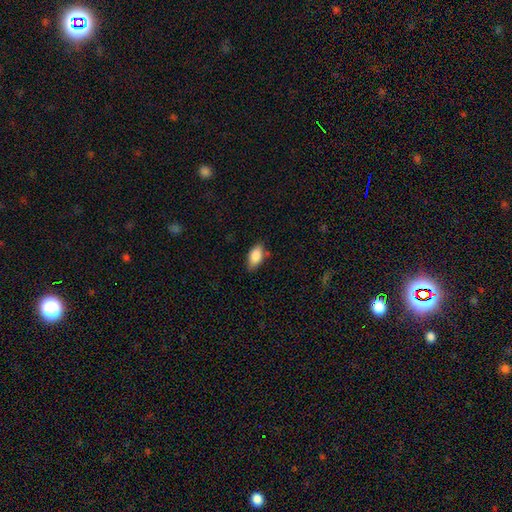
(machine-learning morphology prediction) Q: Smooth or featured?
A: smooth (85%); runner-up: featured or disk (8%)
Q: How rounded?
A: in between (91%); runner-up: cigar-shaped (5%)
Q: Merging?
A: none (78%); runner-up: minor disturbance (17%)